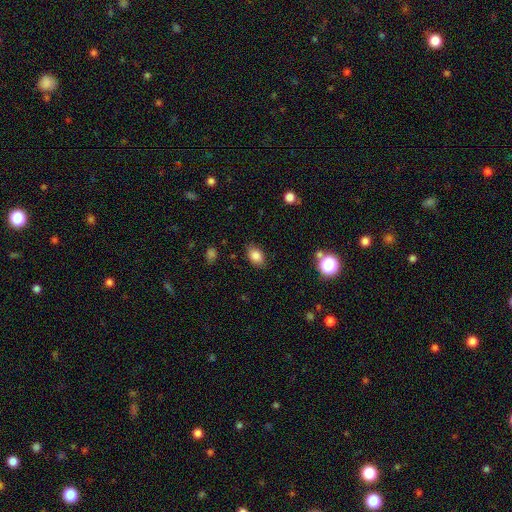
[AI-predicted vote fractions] Smooth or featured? Predicted: smooth (p=0.84). How rounded? Predicted: in between (p=0.84). Merging? Predicted: none (p=0.84).